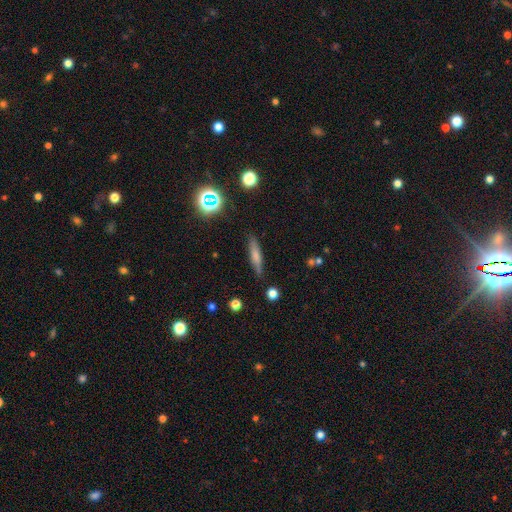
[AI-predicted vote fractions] Smooth or featured?
  - smooth: 64% *
  - featured or disk: 26%
  - star or artifact: 10%
How rounded?
  - cigar-shaped: 81% *
  - in between: 16%
  - round: 3%
Merging?
  - none: 84% *
  - minor disturbance: 12%
  - major disturbance: 3%
  - merger: 2%